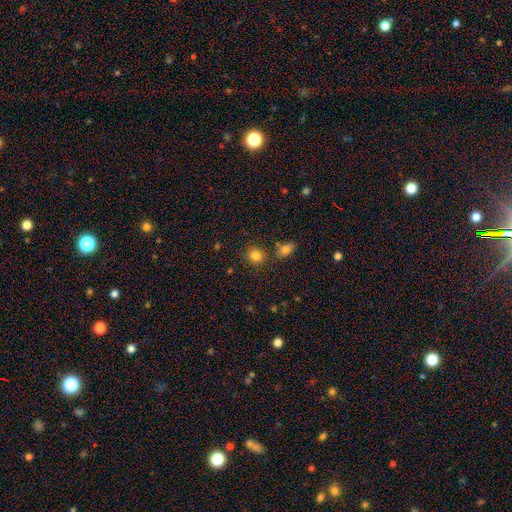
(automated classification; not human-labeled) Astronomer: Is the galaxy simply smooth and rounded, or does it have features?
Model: smooth — 83%.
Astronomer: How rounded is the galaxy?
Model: round — 82%.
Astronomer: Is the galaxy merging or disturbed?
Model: none — 79%.